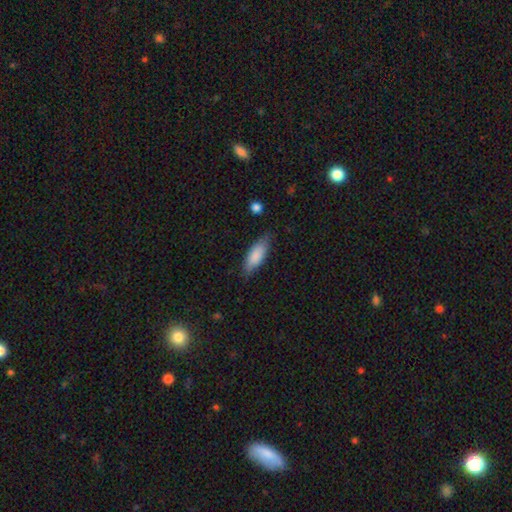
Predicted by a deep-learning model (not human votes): Smooth or featured? Predicted: smooth (p=0.83). How rounded? Predicted: in between (p=0.68). Merging? Predicted: none (p=0.77).